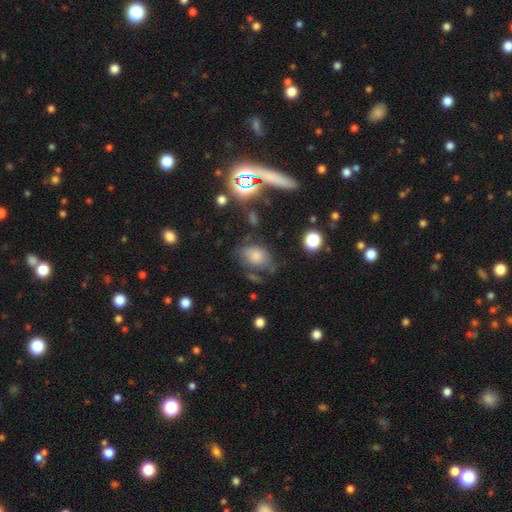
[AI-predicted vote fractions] Smooth or featured?
  - smooth: 69% *
  - featured or disk: 16%
  - star or artifact: 15%
How rounded?
  - in between: 71% *
  - round: 28%
  - cigar-shaped: 1%
Merging?
  - none: 49% *
  - minor disturbance: 26%
  - major disturbance: 17%
  - merger: 7%